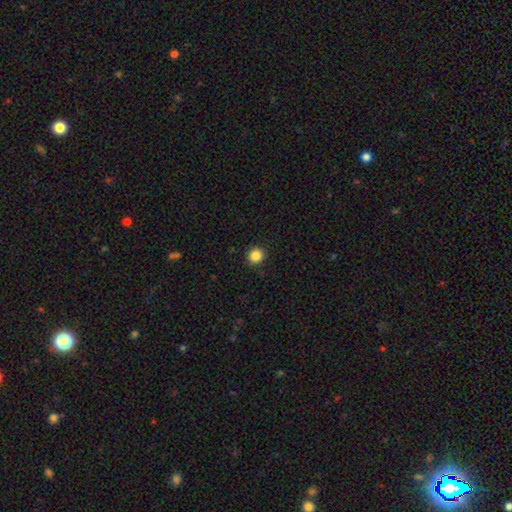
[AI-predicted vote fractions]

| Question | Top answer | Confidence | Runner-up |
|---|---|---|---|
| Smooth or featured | smooth | 85% | star or artifact (11%) |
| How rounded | round | 89% | in between (10%) |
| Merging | none | 92% | minor disturbance (6%) |